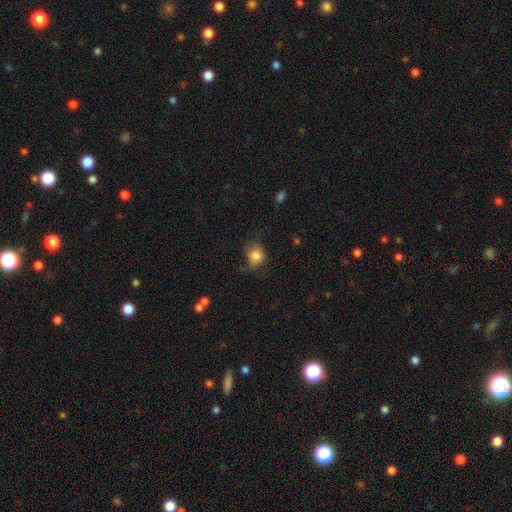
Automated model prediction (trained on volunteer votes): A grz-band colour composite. It shows a smooth galaxy with no disk features (81%) that is round (67%). Merging: none (55%).